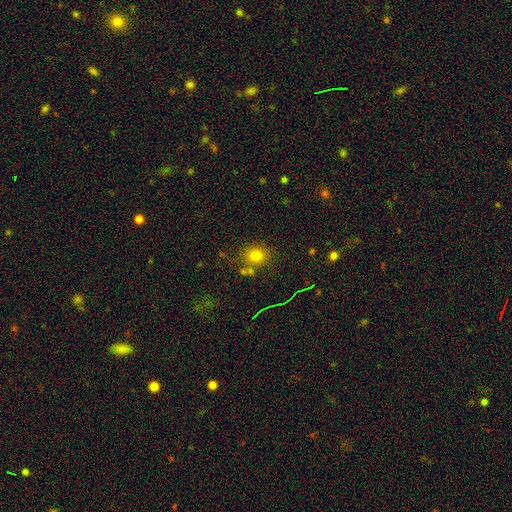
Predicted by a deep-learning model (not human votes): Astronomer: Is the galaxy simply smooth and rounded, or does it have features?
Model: smooth — 75%.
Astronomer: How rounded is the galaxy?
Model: round — 76%.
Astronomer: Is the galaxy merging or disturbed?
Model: none — 71%.